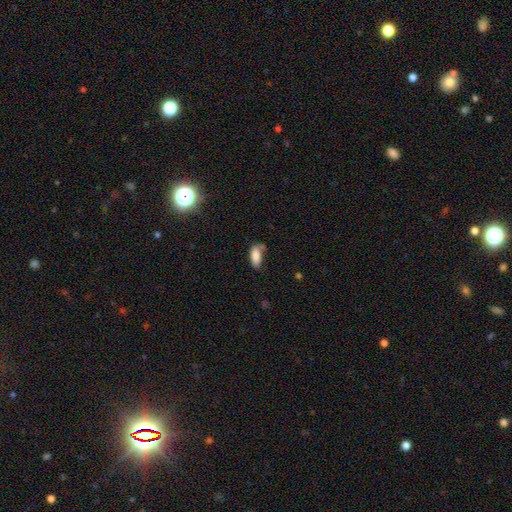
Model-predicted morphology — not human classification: Smooth or featured? Predicted: smooth (p=0.83). How rounded? Predicted: in between (p=0.83). Merging? Predicted: none (p=0.54).